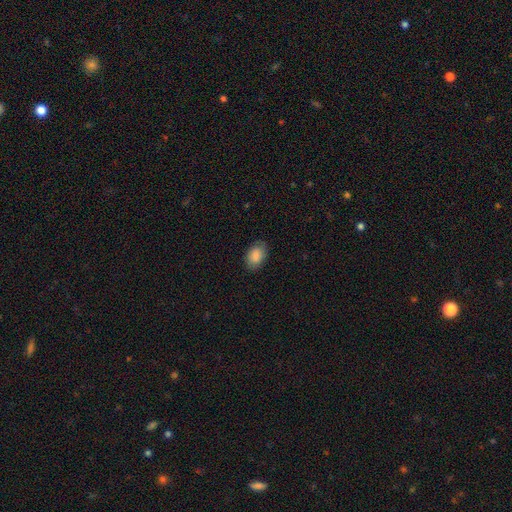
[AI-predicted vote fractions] Smooth or featured? Predicted: smooth (p=0.87). How rounded? Predicted: in between (p=0.89). Merging? Predicted: none (p=0.84).